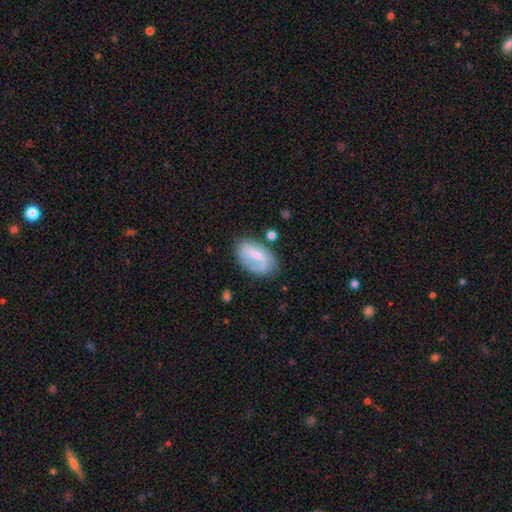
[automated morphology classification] type=featured or disk (50%); edge-on=no (95%); merging=none (57%).